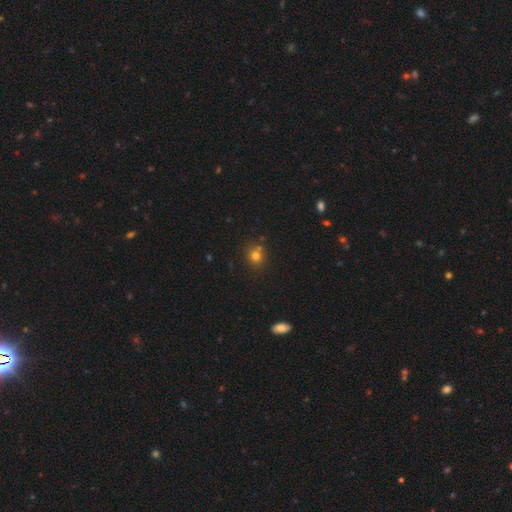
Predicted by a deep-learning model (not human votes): This is likely a smooth galaxy (75%). How rounded: clearly round (83%). Merging: likely none (73%).